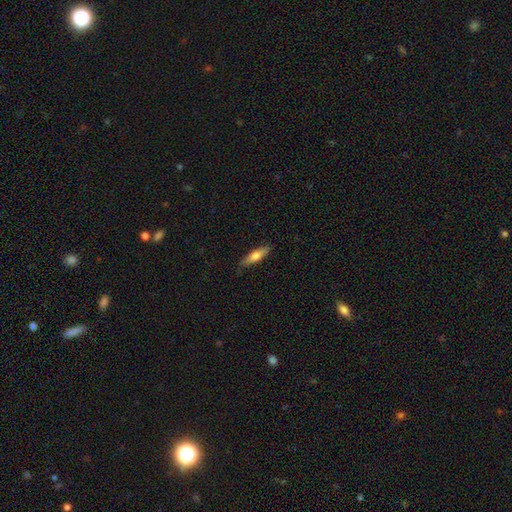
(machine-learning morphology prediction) A smooth galaxy with no disk features (67%) that is cigar-shaped (69%).

Vote fractions:
- Smooth or featured? smooth: 67% / featured or disk: 27% / star or artifact: 6%
- How rounded? cigar-shaped: 69% / in between: 29% / round: 2%
- Merging? none: 85% / minor disturbance: 12% / major disturbance: 2% / merger: 1%